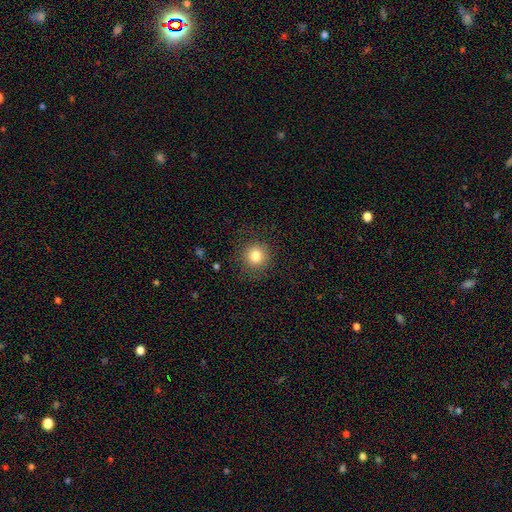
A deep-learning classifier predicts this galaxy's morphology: Overall: smooth (81%). How rounded: round (93%). Merging: none (86%).